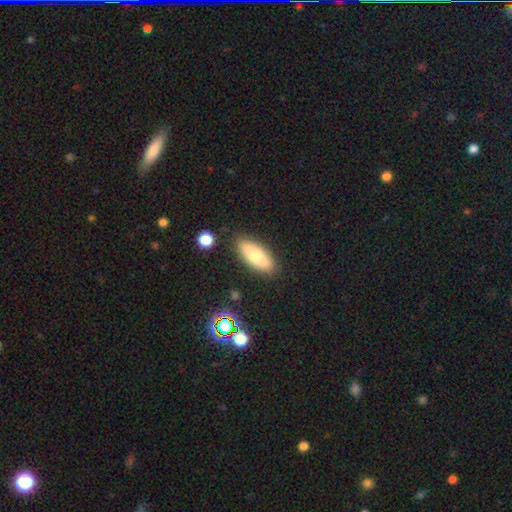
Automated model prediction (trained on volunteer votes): smooth_or_featured: smooth (p=0.72) [alt: featured or disk p=0.20]
how_rounded: in between (p=0.79) [alt: cigar-shaped p=0.18]
merging: none (p=0.84) [alt: minor disturbance p=0.11]